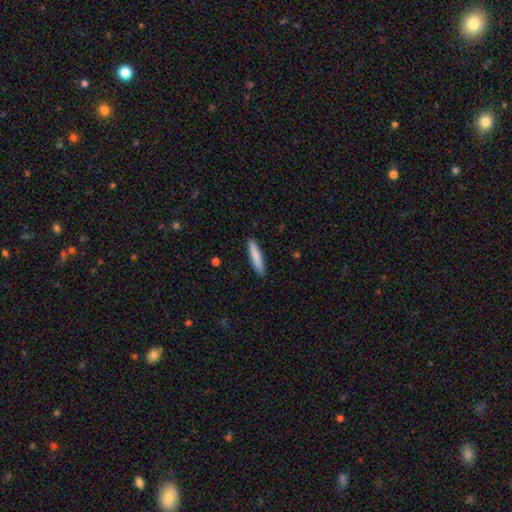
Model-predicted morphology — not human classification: This is clearly a smooth galaxy (85%). How rounded: clearly cigar-shaped (88%). Merging: clearly none (90%).